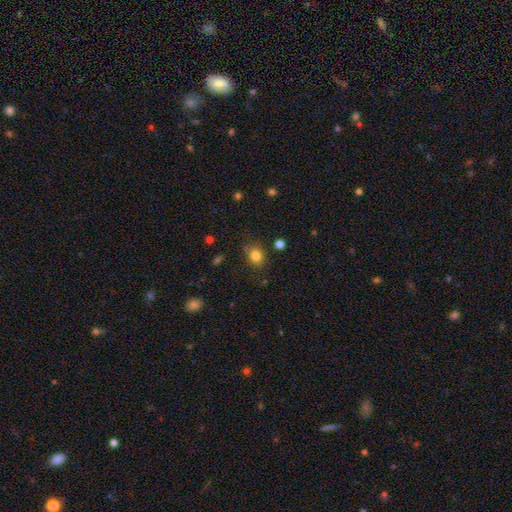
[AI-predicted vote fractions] Smooth or featured?
  - smooth: 81% *
  - star or artifact: 12%
  - featured or disk: 7%
How rounded?
  - round: 59% *
  - in between: 41%
  - cigar-shaped: 1%
Merging?
  - none: 81% *
  - minor disturbance: 12%
  - major disturbance: 3%
  - merger: 3%